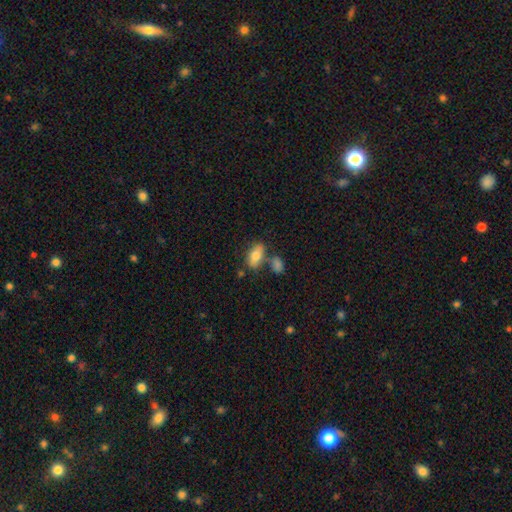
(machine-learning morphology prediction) Smooth or featured? Predicted: smooth (p=0.77). How rounded? Predicted: in between (p=0.88). Merging? Predicted: none (p=0.59).